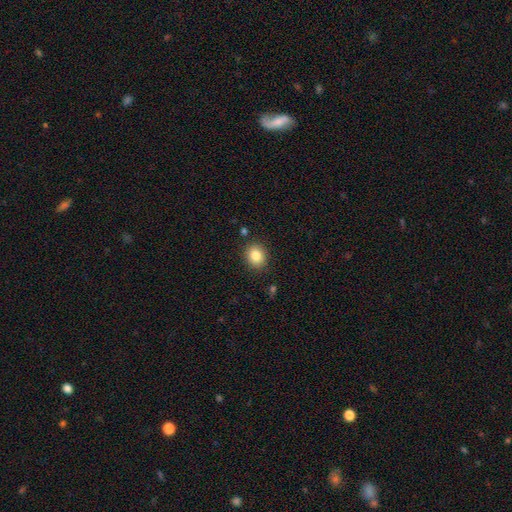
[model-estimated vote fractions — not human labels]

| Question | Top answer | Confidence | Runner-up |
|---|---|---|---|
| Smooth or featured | smooth | 84% | star or artifact (9%) |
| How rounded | round | 65% | in between (34%) |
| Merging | none | 88% | minor disturbance (8%) |